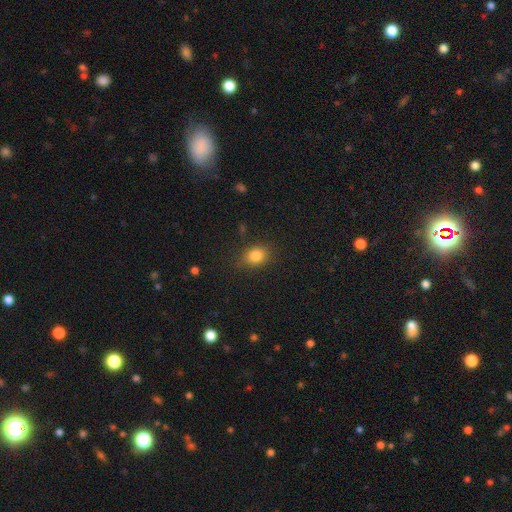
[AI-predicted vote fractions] Smooth or featured? Predicted: smooth (p=0.82). How rounded? Predicted: round (p=0.51). Merging? Predicted: none (p=0.81).